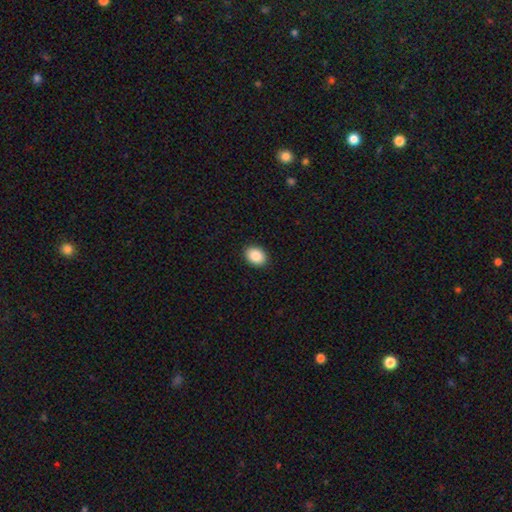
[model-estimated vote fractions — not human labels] This appears to be a smooth galaxy with no disk features (88%) that is in between round and cigar-shaped (71%). Merging: none (91%).